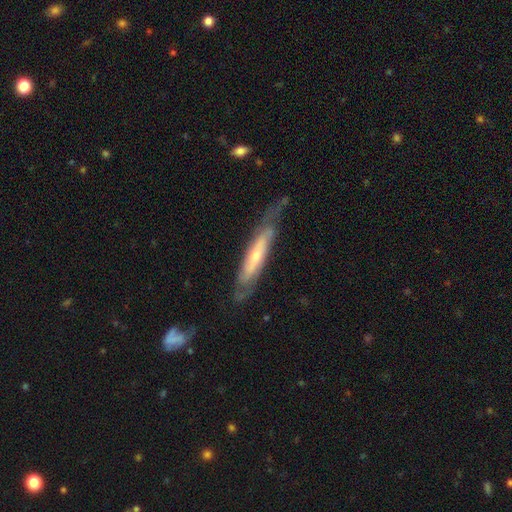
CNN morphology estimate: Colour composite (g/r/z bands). It shows a featured or disk galaxy (68%). Merging: none (63%).